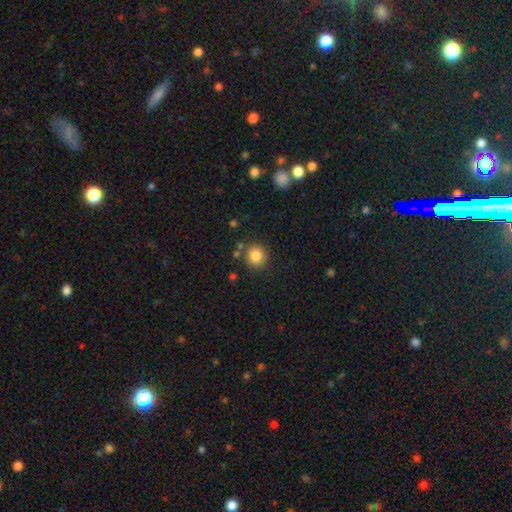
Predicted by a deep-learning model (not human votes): This appears to be a smooth galaxy with no disk features (85%) that is round (90%). Merging: none (84%).